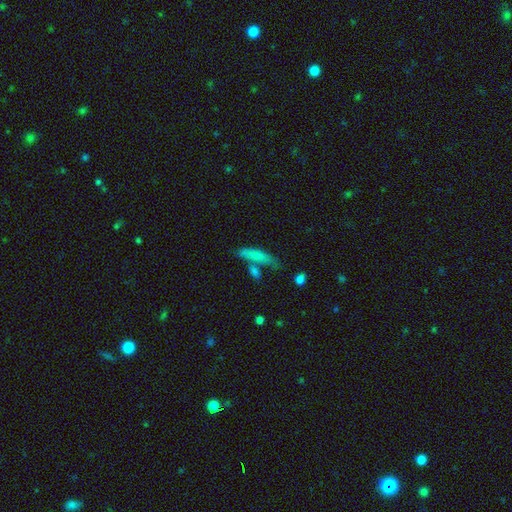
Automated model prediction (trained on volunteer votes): This is likely a smooth galaxy (76%). How rounded: likely cigar-shaped (75%). Merging: possibly none (59%).